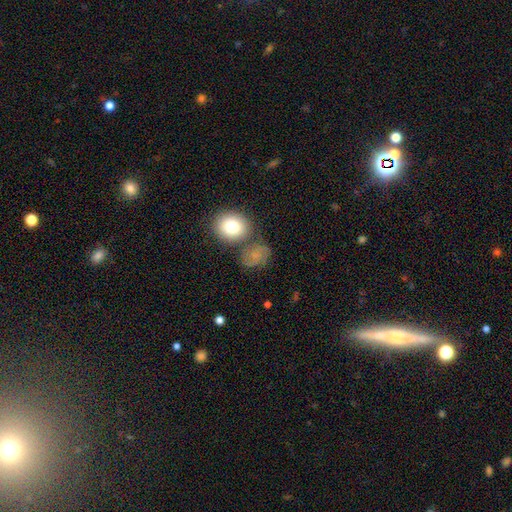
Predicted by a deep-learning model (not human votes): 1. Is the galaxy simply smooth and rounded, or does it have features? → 44% smooth (tied), 44% featured or disk (tied), 12% star or artifact.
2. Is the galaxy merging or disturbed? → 58% none, 20% minor disturbance, 11% merger, 11% major disturbance.